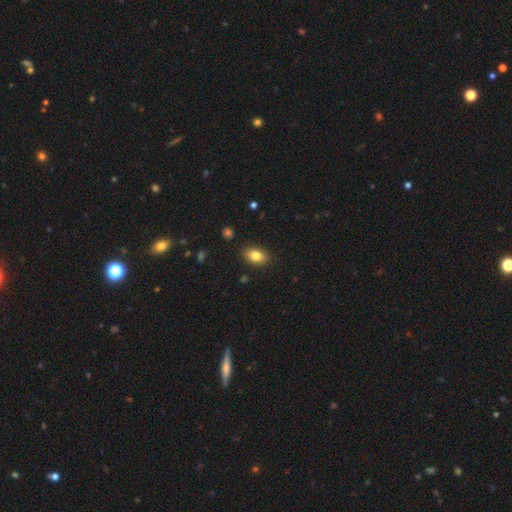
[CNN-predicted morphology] A smooth galaxy with no disk features (82%) that is in between round and cigar-shaped (85%). Merging: none (87%).